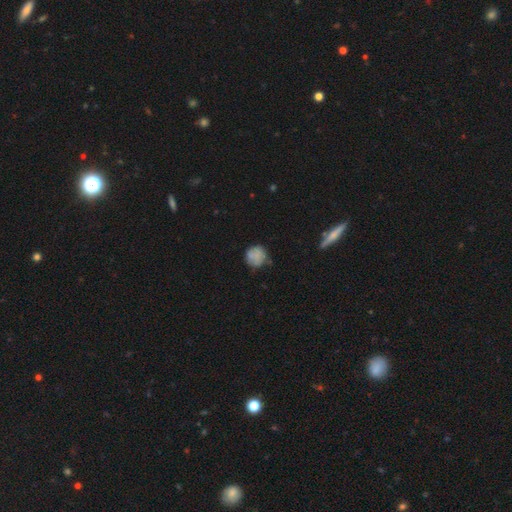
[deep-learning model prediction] Smooth or featured? smooth (75%)
How rounded? round (88%)
Merging? none (61%)